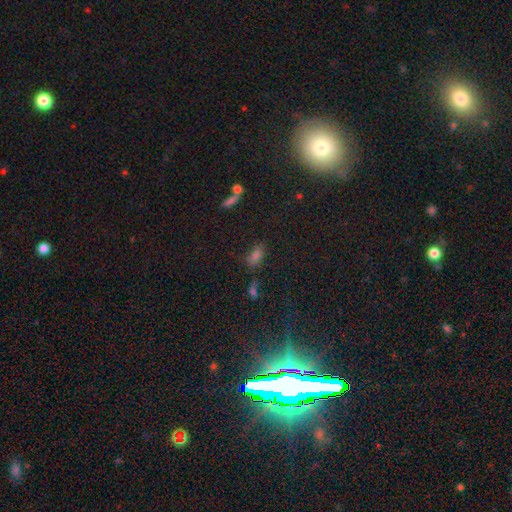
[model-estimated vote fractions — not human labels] The model was most divided on "smooth or featured": smooth: 69%, star or artifact: 22%, featured or disk: 9%. More confident: how rounded — in between (86%); merging — none (66%).